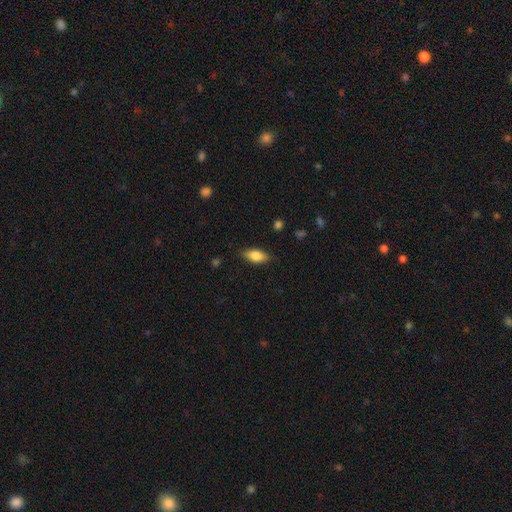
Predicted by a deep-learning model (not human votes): A smooth galaxy with no disk features (78%) that is in between round and cigar-shaped (84%). Merging: none (84%).